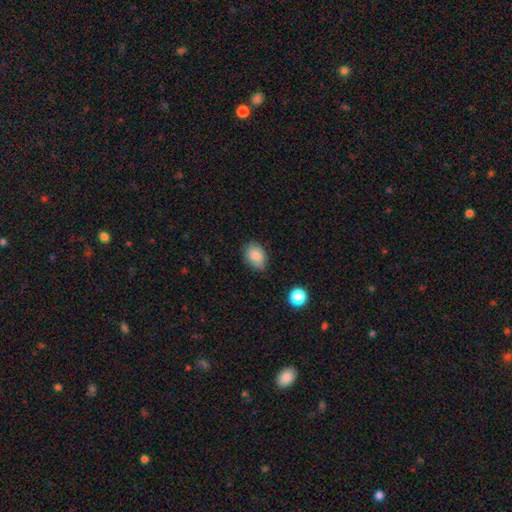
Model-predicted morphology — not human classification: The model was most divided on "how rounded": in between: 77%, round: 22%, cigar-shaped: 1%. More confident: smooth or featured — smooth (84%); merging — none (75%).